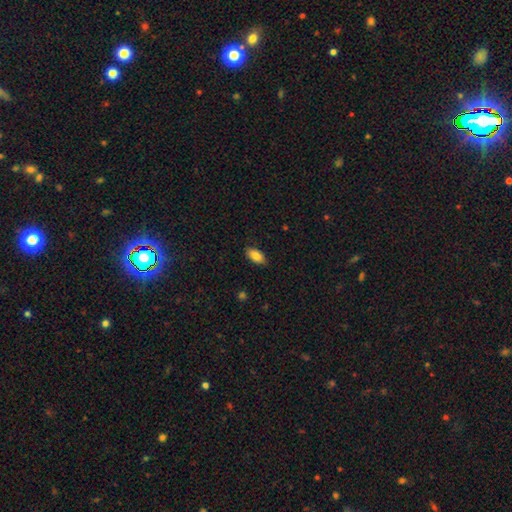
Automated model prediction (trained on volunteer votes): A smooth galaxy with no disk features (84%) that is in between round and cigar-shaped (92%).

Vote fractions:
- Smooth or featured? smooth: 84% / featured or disk: 9% / star or artifact: 7%
- How rounded? in between: 92% / cigar-shaped: 5% / round: 3%
- Merging? none: 85% / minor disturbance: 12% / major disturbance: 2% / merger: 1%